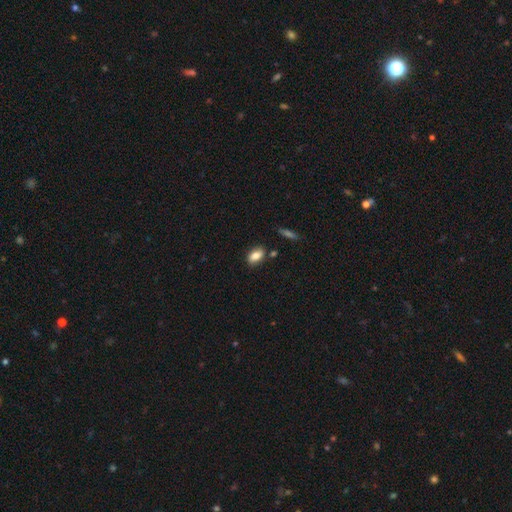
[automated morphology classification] Overall: smooth (80%). How rounded: in between (87%). Merging: none (79%).